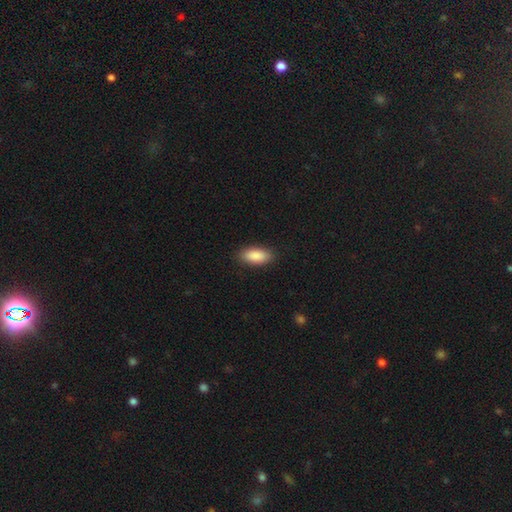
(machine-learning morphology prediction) smooth-or-featured: smooth: 89% | star or artifact: 6% | featured or disk: 5%
  how-rounded: in between: 89% | cigar-shaped: 9% | round: 2%
  merging: none: 88% | minor disturbance: 8% | major disturbance: 2% | merger: 1%